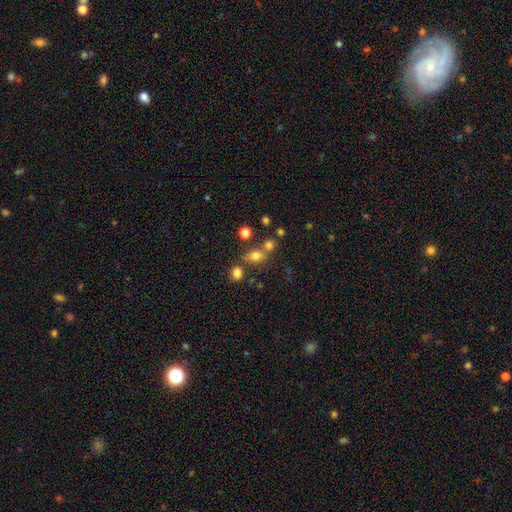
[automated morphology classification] smooth_or_featured: smooth (p=0.73) [alt: star or artifact p=0.16]
how_rounded: in between (p=0.49) [tied with: round p=0.49]
merging: none (p=0.56) [alt: merger p=0.26]